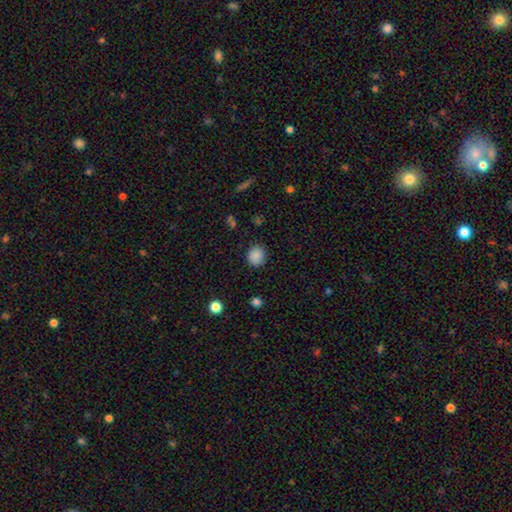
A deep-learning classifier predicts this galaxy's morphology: Smooth or featured?
  - smooth: 87% *
  - star or artifact: 10%
  - featured or disk: 3%
How rounded?
  - round: 83% *
  - in between: 16%
  - cigar-shaped: 1%
Merging?
  - none: 88% *
  - minor disturbance: 8%
  - major disturbance: 3%
  - merger: 1%